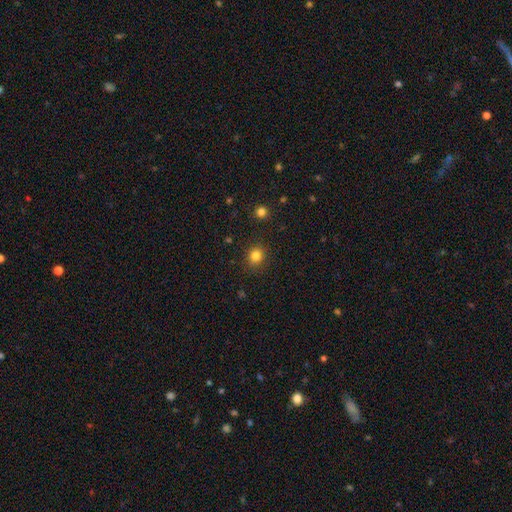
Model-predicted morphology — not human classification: Overall: smooth (82%). How rounded: round (84%). Merging: none (89%).